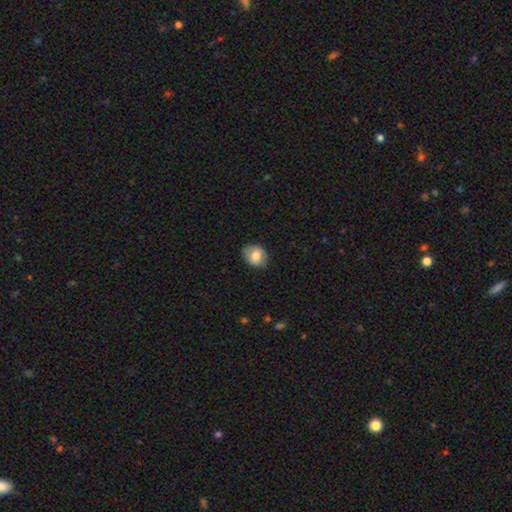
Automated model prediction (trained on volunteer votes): smooth 79%, featured or disk 14%, star or artifact 8%. Down the decision tree: how rounded — round (50%); merging — none (83%).